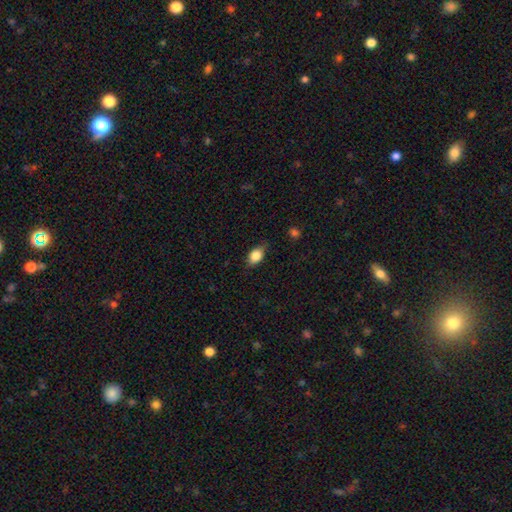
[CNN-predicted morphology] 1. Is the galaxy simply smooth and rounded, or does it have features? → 83% smooth, 9% featured or disk, 8% star or artifact.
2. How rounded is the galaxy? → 81% in between, 15% round, 3% cigar-shaped.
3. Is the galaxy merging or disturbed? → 74% none, 21% minor disturbance, 4% major disturbance, 1% merger.